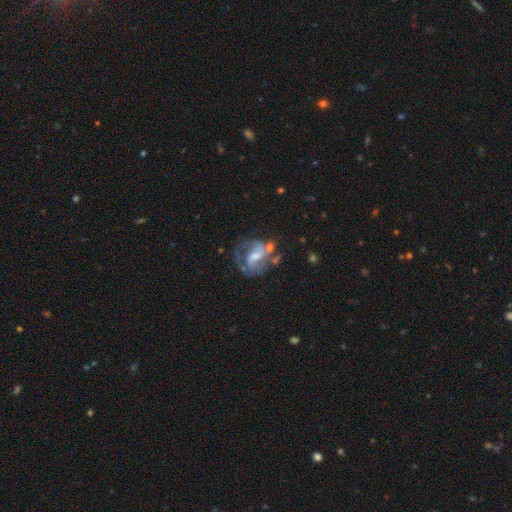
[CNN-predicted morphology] Smooth or featured? Predicted: featured or disk (p=0.76). Edge-on disk? Predicted: no (p=0.97). Bar? Predicted: weak (p=0.51). Spiral arms? Predicted: yes (p=0.84). Spiral winding? Predicted: medium (p=0.49). Spiral arm count? Predicted: 2 (p=0.60). Bulge size? Predicted: moderate (p=0.43). Merging? Predicted: none (p=0.41).